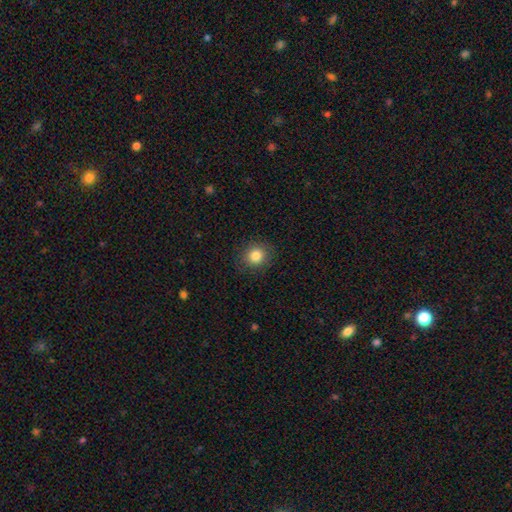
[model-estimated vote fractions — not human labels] This is clearly a smooth galaxy (84%). How rounded: clearly round (82%). Merging: clearly none (88%).